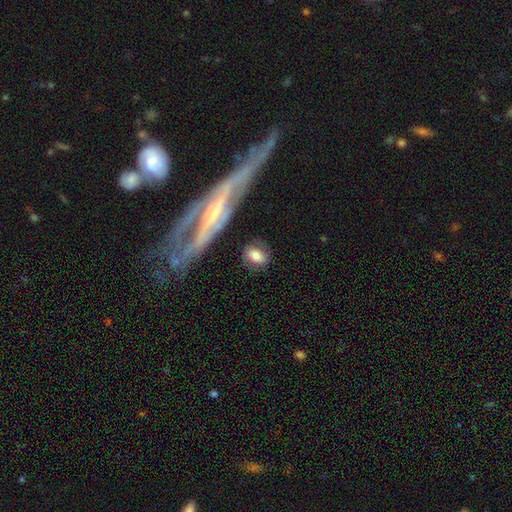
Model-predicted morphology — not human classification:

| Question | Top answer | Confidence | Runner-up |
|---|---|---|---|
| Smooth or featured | smooth | 72% | featured or disk (21%) |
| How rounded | in between | 72% | round (23%) |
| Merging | none | 77% | minor disturbance (14%) |